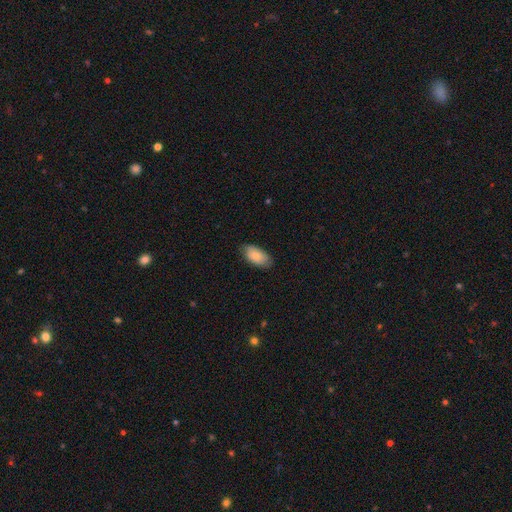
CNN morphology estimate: type=smooth (84%); roundness=in between (94%); merging=none (81%).